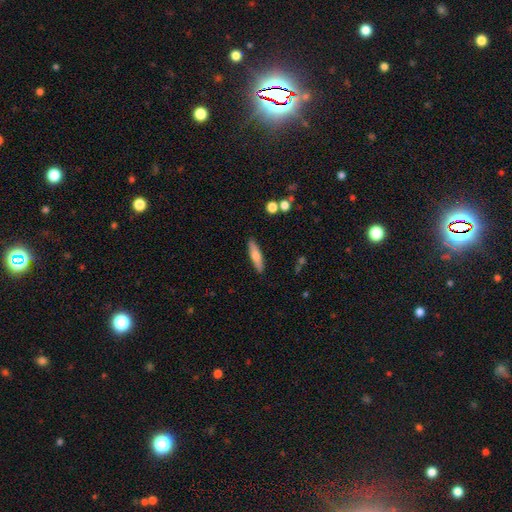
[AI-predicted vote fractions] Smooth or featured: smooth — 63% (featured or disk — 30%)
How rounded: cigar-shaped — 71% (in between — 27%)
Merging: none — 88% (minor disturbance — 8%)